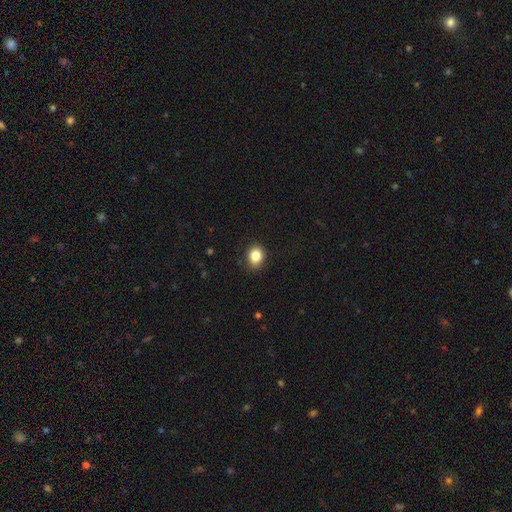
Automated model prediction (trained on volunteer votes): This appears to be a smooth galaxy with no disk features (85%) that is round (57%). Merging: none (87%).